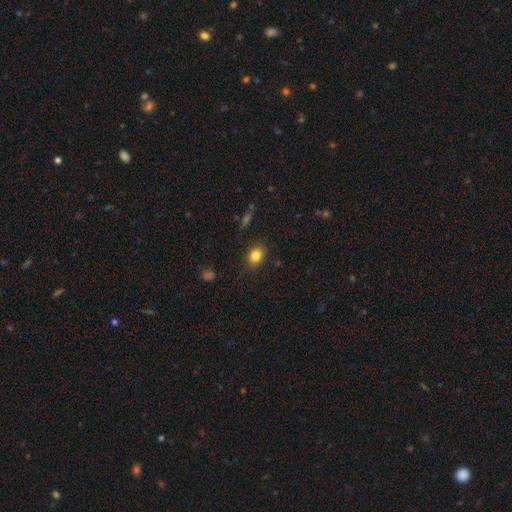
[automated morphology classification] A smooth galaxy with no disk features (83%) that is round (50%).

Vote fractions:
- Smooth or featured? smooth: 83% / star or artifact: 11% / featured or disk: 7%
- How rounded? round: 50% / in between: 49% / cigar-shaped: 1%
- Merging? none: 84% / minor disturbance: 11% / major disturbance: 3% / merger: 1%